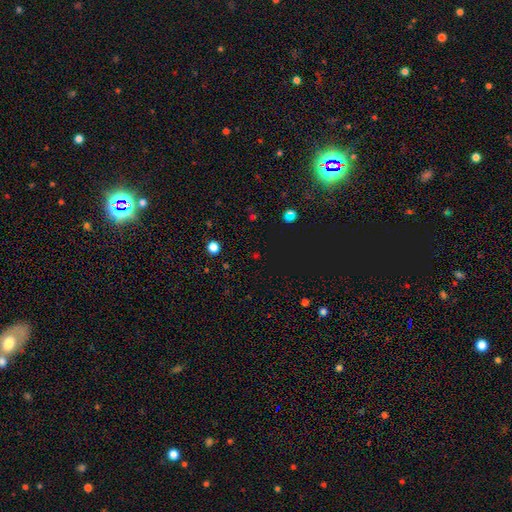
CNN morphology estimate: Smooth or featured? star or artifact (59%)